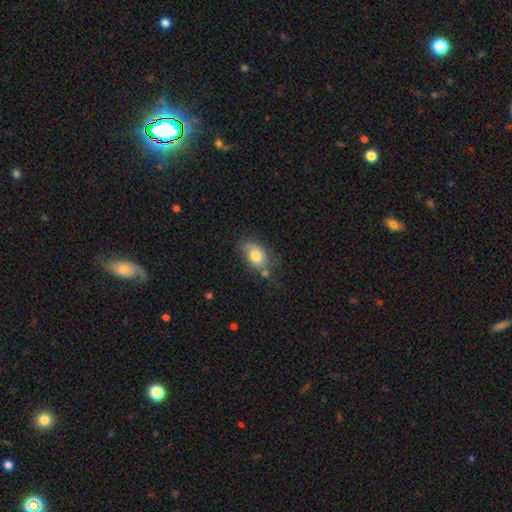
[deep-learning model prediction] smooth-or-featured: smooth: 66% | featured or disk: 26% | star or artifact: 8%
  how-rounded: in between: 84% | round: 14% | cigar-shaped: 2%
  merging: none: 48% | minor disturbance: 29% | major disturbance: 14% | merger: 10%